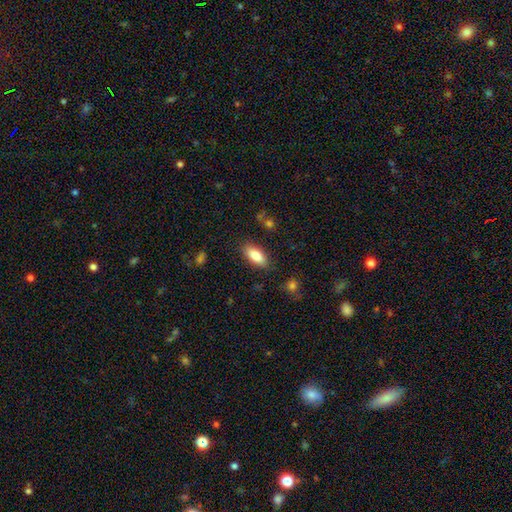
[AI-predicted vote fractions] Smooth or featured: smooth — 85% (featured or disk — 9%)
How rounded: in between — 85% (cigar-shaped — 13%)
Merging: none — 85% (minor disturbance — 11%)